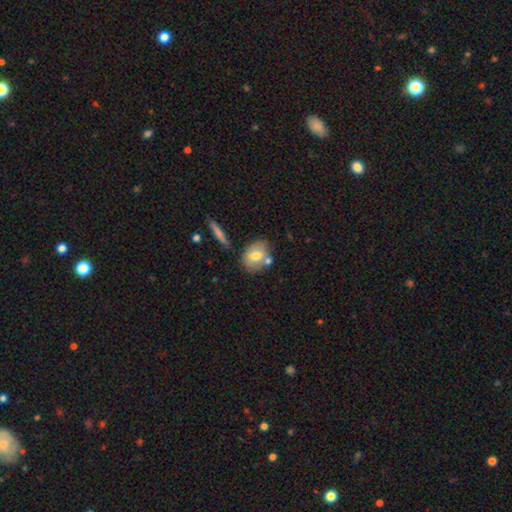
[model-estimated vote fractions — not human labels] A smooth galaxy with no disk features (67%) that is in between round and cigar-shaped (60%).

Vote fractions:
- Smooth or featured? smooth: 67% / featured or disk: 25% / star or artifact: 8%
- How rounded? in between: 60% / round: 37% / cigar-shaped: 2%
- Merging? none: 63% / merger: 17% / minor disturbance: 16% / major disturbance: 4%